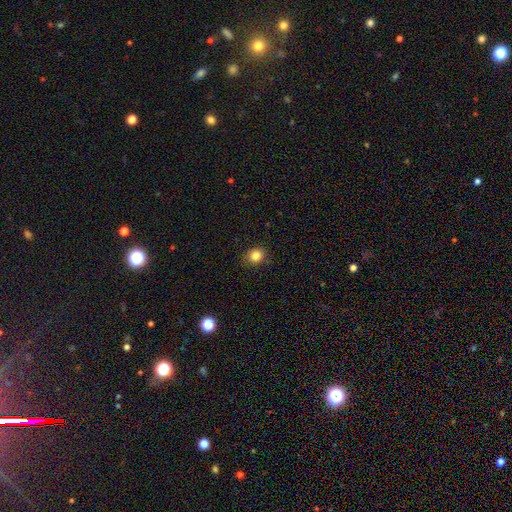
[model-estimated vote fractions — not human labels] Q: Smooth or featured?
A: smooth (84%); runner-up: star or artifact (11%)
Q: How rounded?
A: round (74%); runner-up: in between (25%)
Q: Merging?
A: none (86%); runner-up: minor disturbance (10%)